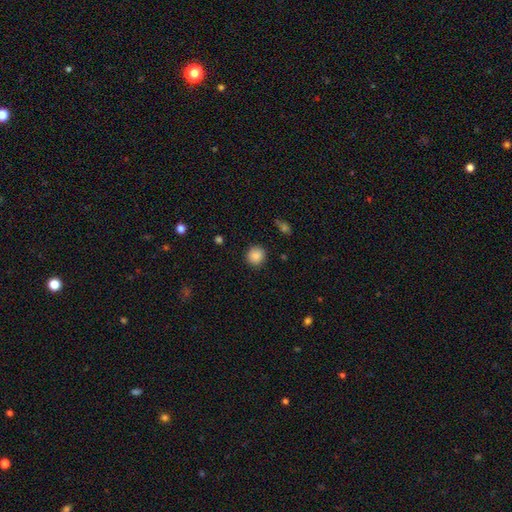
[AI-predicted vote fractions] A smooth galaxy with no disk features (87%) that is round (91%). Merging: none (90%).